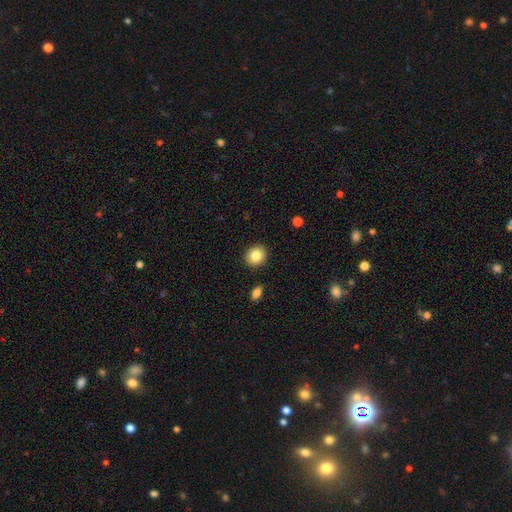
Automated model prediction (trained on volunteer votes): smooth 85%, star or artifact 8%, featured or disk 6%. Down the decision tree: how rounded — round (74%); merging — none (90%).